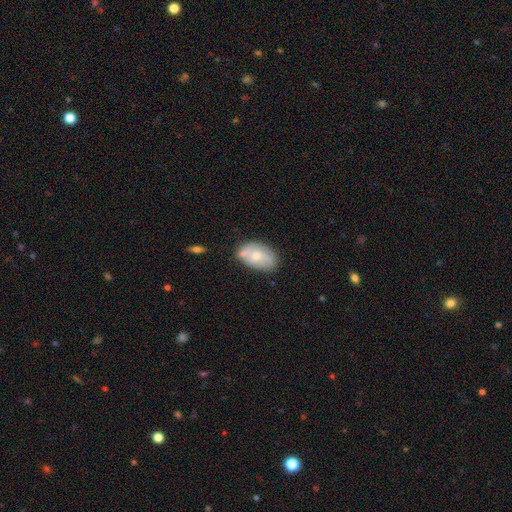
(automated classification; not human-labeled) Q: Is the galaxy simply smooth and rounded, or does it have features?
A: smooth — 60%.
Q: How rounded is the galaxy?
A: in between — 91%.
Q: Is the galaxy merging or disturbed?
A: none — 54%.